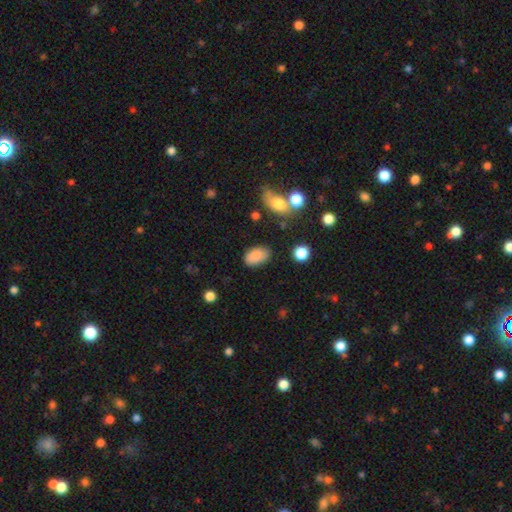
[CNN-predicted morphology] Overall: smooth (86%). How rounded: in between (91%). Merging: none (77%).